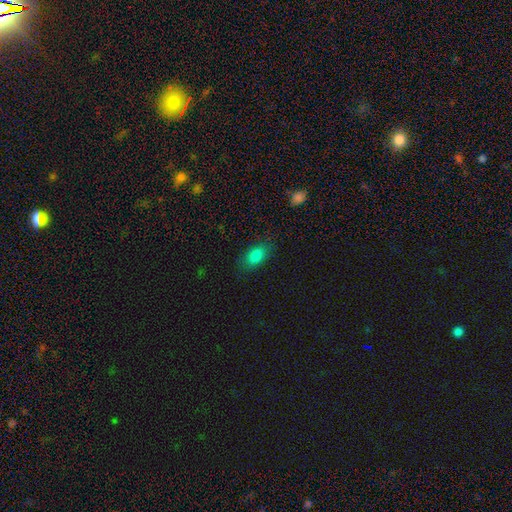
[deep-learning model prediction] A smooth galaxy with no disk features (84%) that is in between round and cigar-shaped (89%).

Vote fractions:
- Smooth or featured? smooth: 84% / star or artifact: 10% / featured or disk: 6%
- How rounded? in between: 89% / round: 8% / cigar-shaped: 3%
- Merging? none: 81% / minor disturbance: 14% / major disturbance: 4% / merger: 1%